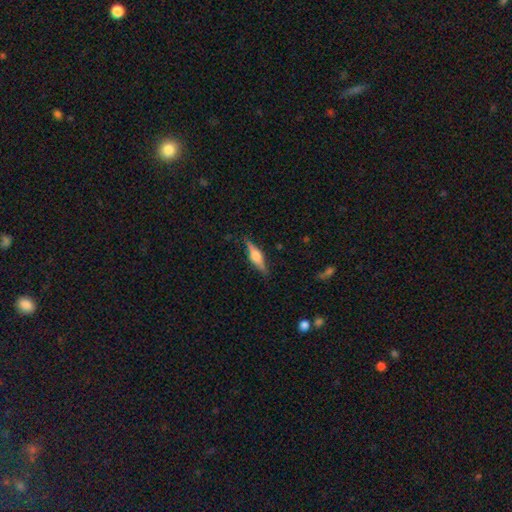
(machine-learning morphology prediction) A featured or disk galaxy (58%) viewed edge-on (96%) with a rounded central bulge (82%).

Vote fractions:
- Smooth or featured? featured or disk: 58% / smooth: 35% / star or artifact: 7%
- Edge-on disk? yes: 96% / no: 4%
- Edge-on bulge? rounded: 82% / boxy: 15% / none: 3%
- Merging? none: 85% / minor disturbance: 11% / major disturbance: 3% / merger: 1%